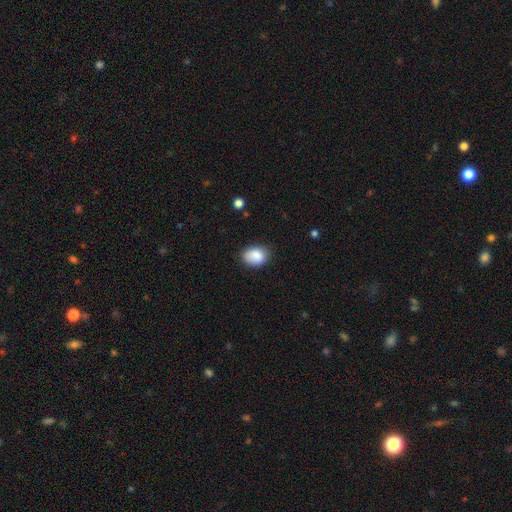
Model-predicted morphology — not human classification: Smooth or featured? smooth (87%)
How rounded? in between (72%)
Merging? none (73%)